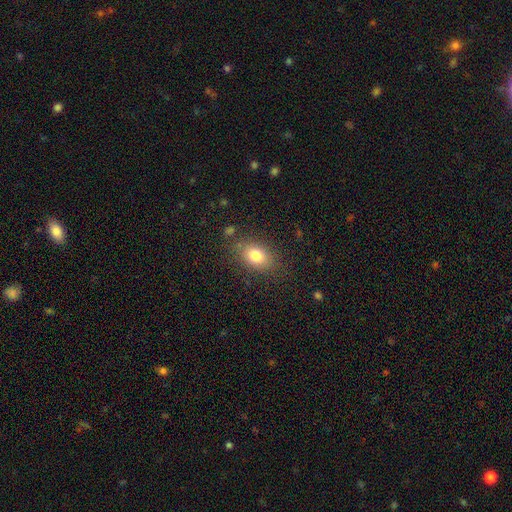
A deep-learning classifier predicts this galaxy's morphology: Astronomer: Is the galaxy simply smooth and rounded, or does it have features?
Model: smooth — 79%.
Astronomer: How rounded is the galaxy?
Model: in between — 76%.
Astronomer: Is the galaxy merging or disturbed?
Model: none — 81%.